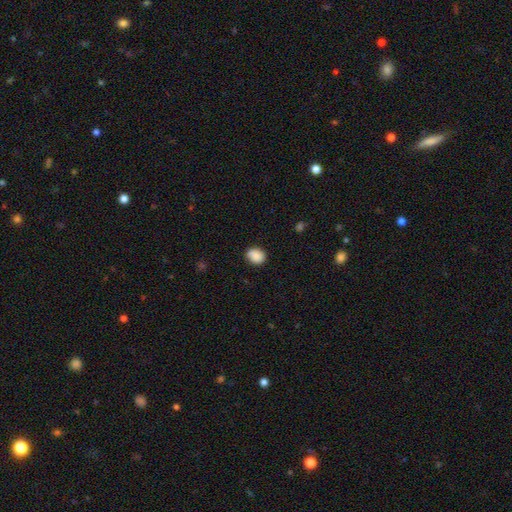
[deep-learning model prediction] Q: Smooth or featured?
A: smooth (87%); runner-up: star or artifact (8%)
Q: How rounded?
A: round (50%); runner-up: in between (49%)
Q: Merging?
A: none (77%); runner-up: minor disturbance (17%)